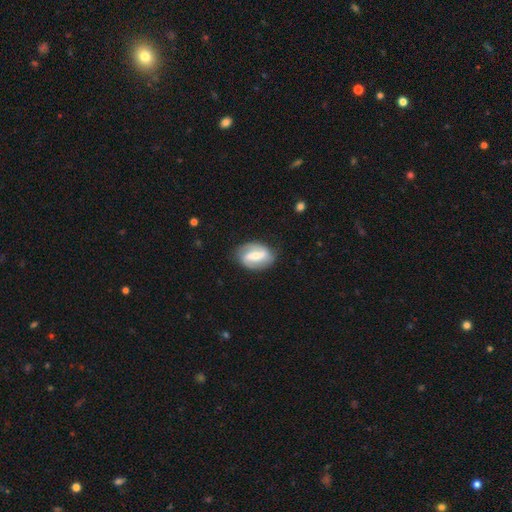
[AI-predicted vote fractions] Smooth or featured: featured or disk — 76% (smooth — 18%)
Edge-on disk: no — 96% (yes — 4%)
Bar: strong — 55% (weak — 33%)
Spiral arms: yes — 89% (no — 11%)
Spiral winding: medium — 41% (loose — 32%)
Spiral arm count: 2 — 88% (can't tell — 6%)
Bulge size: small — 44% (moderate — 42%)
Merging: none — 80% (minor disturbance — 14%)